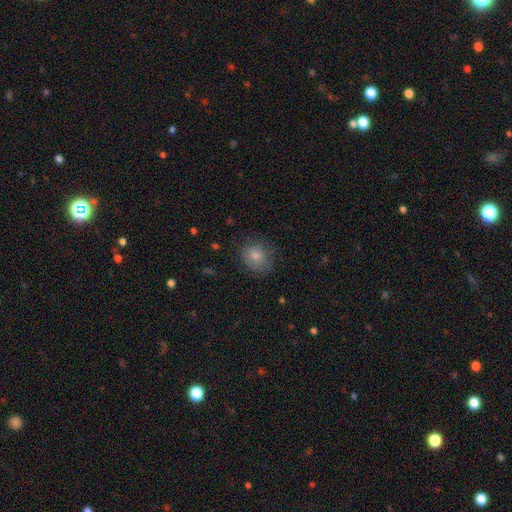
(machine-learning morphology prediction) smooth 79%, featured or disk 12%, star or artifact 9%. Down the decision tree: how rounded — round (71%); merging — none (68%).